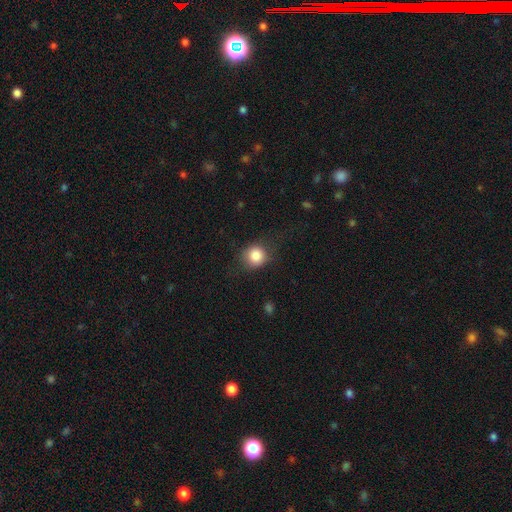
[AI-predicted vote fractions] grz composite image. It shows a smooth galaxy with no disk features (84%) that is round (84%). Merging: none (74%).